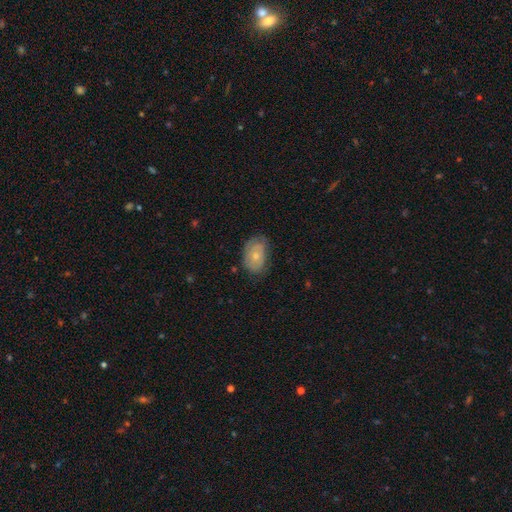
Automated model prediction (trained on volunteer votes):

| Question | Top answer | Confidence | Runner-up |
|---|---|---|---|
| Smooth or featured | smooth | 55% | featured or disk (38%) |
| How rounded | in between | 82% | round (17%) |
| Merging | none | 62% | minor disturbance (28%) |